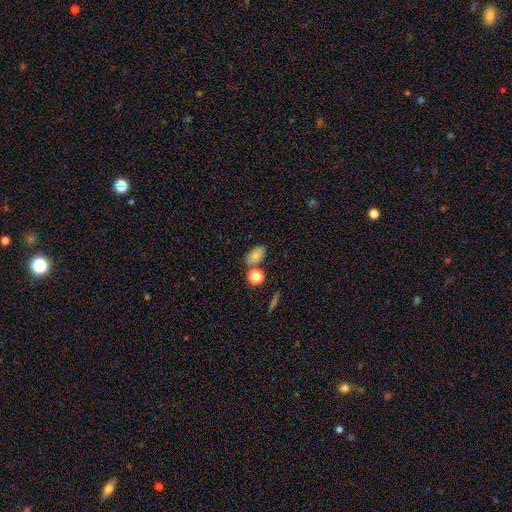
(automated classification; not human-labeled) A smooth galaxy with no disk features (80%) that is in between round and cigar-shaped (87%). Merging: none (69%).